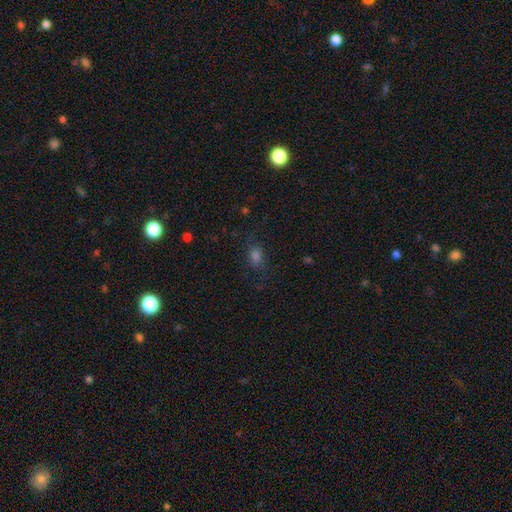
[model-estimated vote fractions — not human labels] smooth-or-featured: smooth: 67% | star or artifact: 24% | featured or disk: 10%
  how-rounded: in between: 65% | round: 32% | cigar-shaped: 3%
  merging: none: 73% | minor disturbance: 16% | major disturbance: 9% | merger: 2%